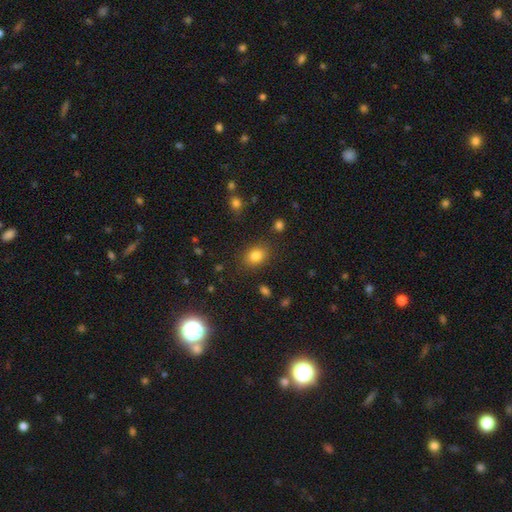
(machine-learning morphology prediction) Smooth or featured?
  - smooth: 82% *
  - star or artifact: 11%
  - featured or disk: 7%
How rounded?
  - in between: 68% *
  - round: 31%
  - cigar-shaped: 1%
Merging?
  - none: 84% *
  - minor disturbance: 11%
  - major disturbance: 4%
  - merger: 2%